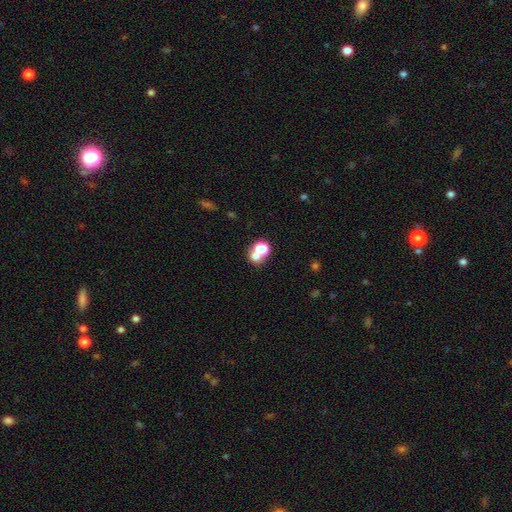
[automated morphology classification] Smooth or featured? smooth (64%)
How rounded? round (76%)
Merging? merger (46%)